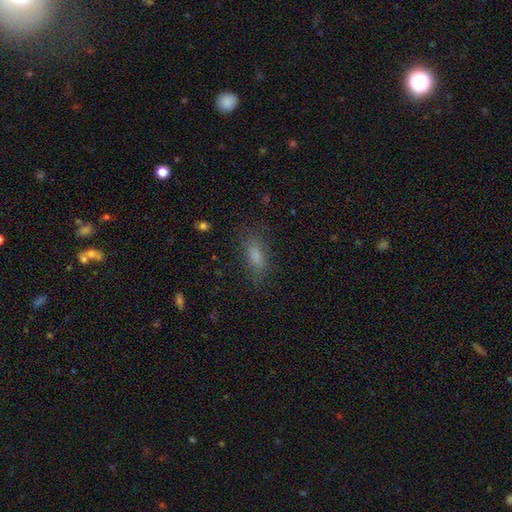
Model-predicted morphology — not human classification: The model was most divided on "how rounded": in between: 69%, cigar-shaped: 27%, round: 4%. More confident: smooth or featured — smooth (76%); merging — none (75%).